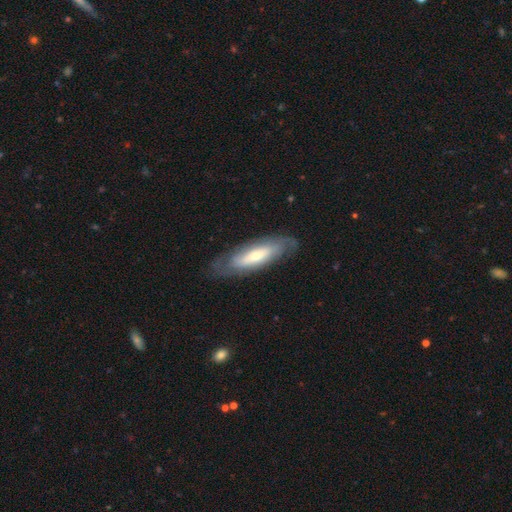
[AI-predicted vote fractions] A featured or disk galaxy (54%). Merging: none (75%).